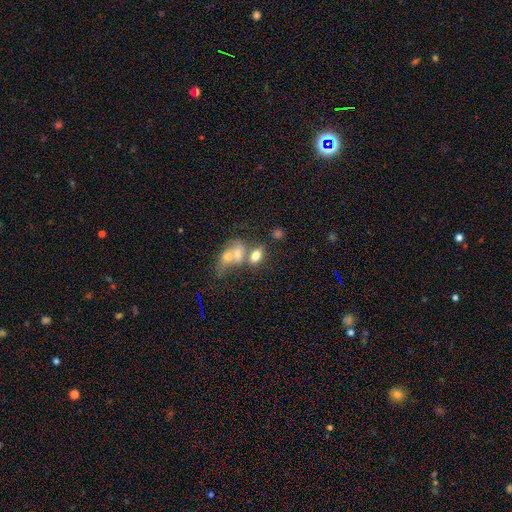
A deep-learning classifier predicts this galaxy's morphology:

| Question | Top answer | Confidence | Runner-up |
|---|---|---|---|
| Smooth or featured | smooth | 71% | featured or disk (18%) |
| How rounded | in between | 84% | round (13%) |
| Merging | merger | 51% | none (32%) |